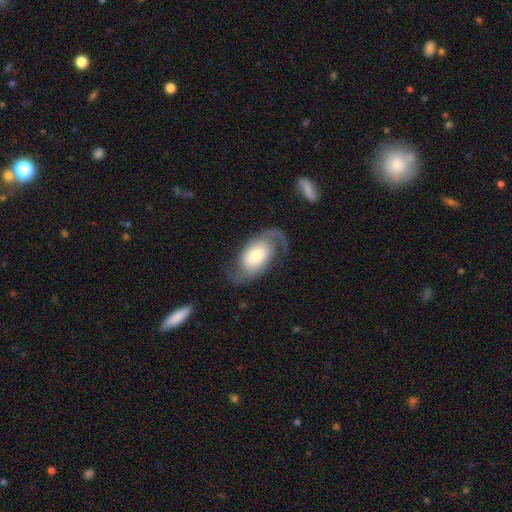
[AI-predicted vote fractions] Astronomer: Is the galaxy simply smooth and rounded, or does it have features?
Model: featured or disk — 71%.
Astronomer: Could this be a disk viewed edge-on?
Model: no — 95%.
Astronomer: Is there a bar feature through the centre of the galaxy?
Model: no — 63%.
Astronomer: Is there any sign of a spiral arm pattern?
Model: yes — 91%.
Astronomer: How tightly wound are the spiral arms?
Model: loose — 48% (runner-up: medium, 37%).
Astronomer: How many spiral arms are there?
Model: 2 — 80%.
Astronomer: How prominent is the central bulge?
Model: moderate — 47% (runner-up: small, 27%).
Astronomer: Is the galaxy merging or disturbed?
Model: none — 60%.